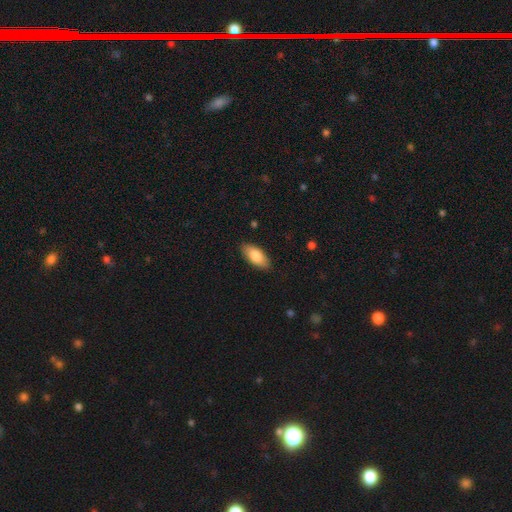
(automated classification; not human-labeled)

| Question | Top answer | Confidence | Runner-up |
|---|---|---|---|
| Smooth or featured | smooth | 84% | featured or disk (10%) |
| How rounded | in between | 89% | cigar-shaped (9%) |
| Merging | none | 87% | minor disturbance (10%) |